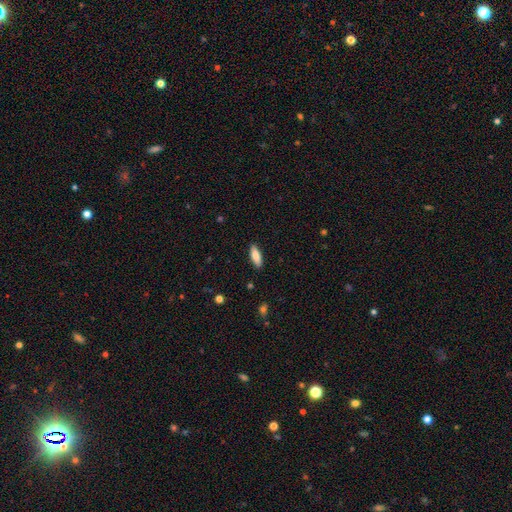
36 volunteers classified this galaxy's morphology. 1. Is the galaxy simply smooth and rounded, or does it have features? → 97% smooth, 3% featured or disk, 0% star or artifact.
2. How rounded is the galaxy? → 57% in between, 43% cigar-shaped, 0% round.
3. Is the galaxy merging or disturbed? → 89% none, 11% minor disturbance, 0% major disturbance, 0% merger.